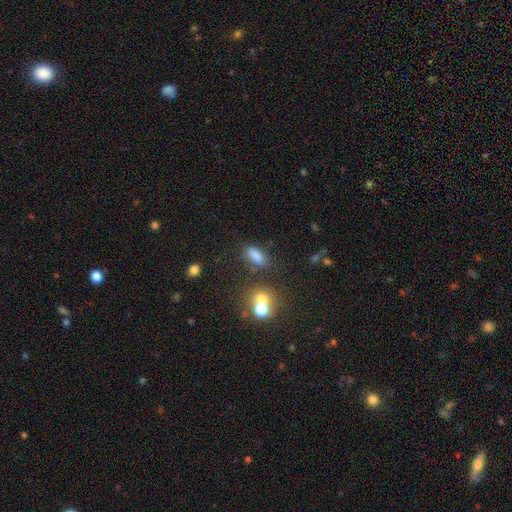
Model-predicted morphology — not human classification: A smooth galaxy with no disk features (80%) that is in between round and cigar-shaped (75%).

Vote fractions:
- Smooth or featured? smooth: 80% / star or artifact: 12% / featured or disk: 8%
- How rounded? in between: 75% / cigar-shaped: 18% / round: 7%
- Merging? none: 69% / minor disturbance: 15% / merger: 10% / major disturbance: 6%